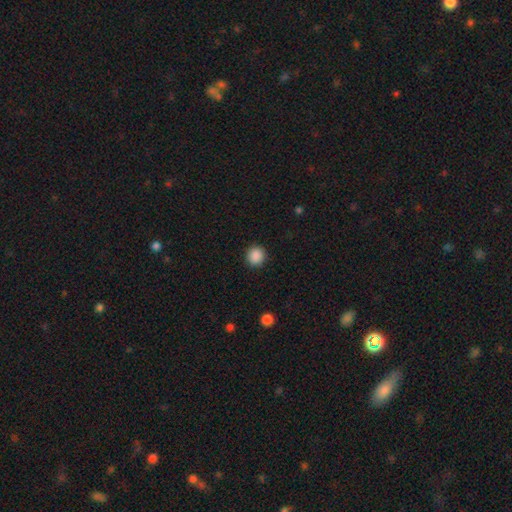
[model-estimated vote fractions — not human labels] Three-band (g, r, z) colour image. It shows a smooth galaxy with no disk features (89%) that is round (90%). Merging: none (92%).